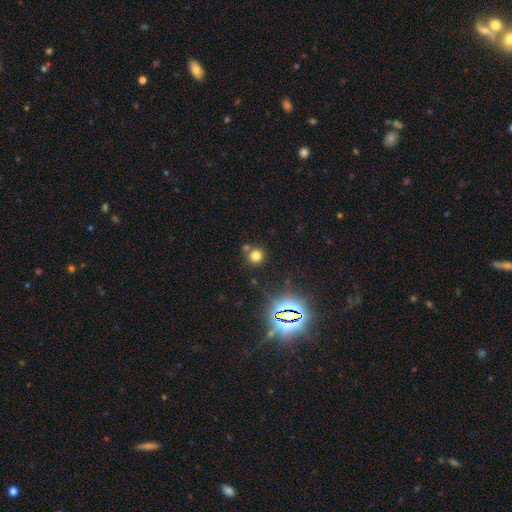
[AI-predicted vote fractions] Q: Smooth or featured?
A: smooth (71%); runner-up: star or artifact (22%)
Q: How rounded?
A: round (91%); runner-up: in between (8%)
Q: Merging?
A: none (73%); runner-up: merger (15%)